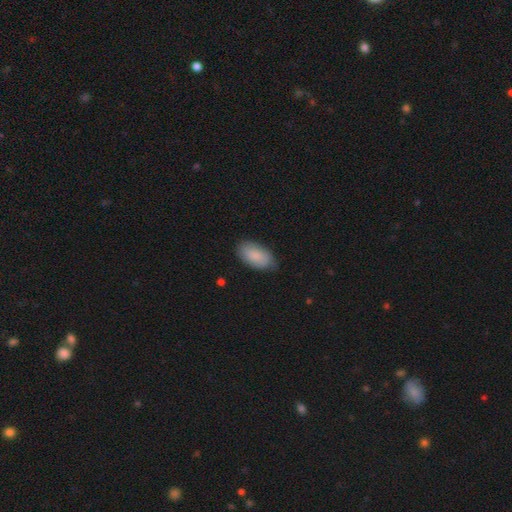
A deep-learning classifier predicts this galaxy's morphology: Smooth or featured?
  - smooth: 86% *
  - featured or disk: 8%
  - star or artifact: 6%
How rounded?
  - in between: 95% *
  - round: 3%
  - cigar-shaped: 2%
Merging?
  - none: 78% *
  - minor disturbance: 18%
  - major disturbance: 3%
  - merger: 1%